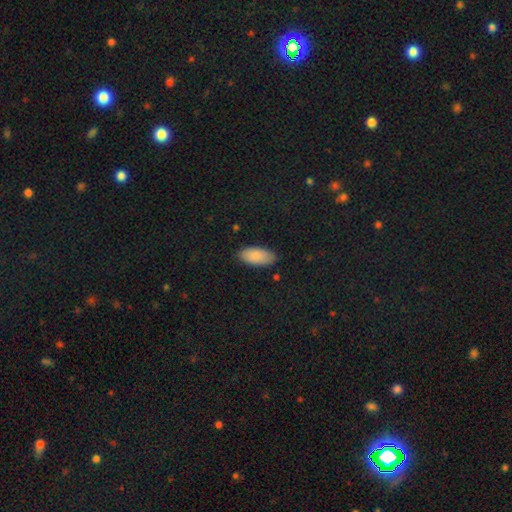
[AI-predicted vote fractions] smooth 87%, star or artifact 7%, featured or disk 6%. Down the decision tree: how rounded — in between (91%); merging — none (84%).